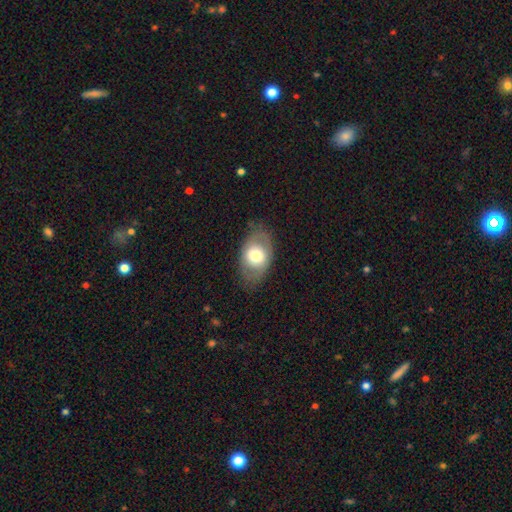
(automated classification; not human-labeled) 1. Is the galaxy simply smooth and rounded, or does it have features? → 63% smooth, 30% featured or disk, 7% star or artifact.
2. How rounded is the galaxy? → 84% in between, 15% round, 1% cigar-shaped.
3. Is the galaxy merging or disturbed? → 77% none, 16% minor disturbance, 6% major disturbance, 1% merger.